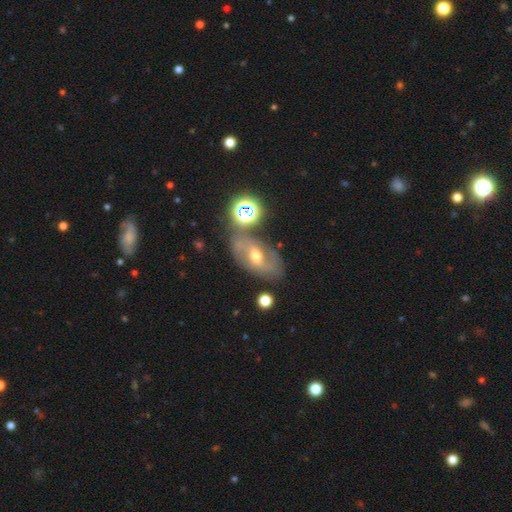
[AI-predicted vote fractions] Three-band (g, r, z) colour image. It shows a featured or disk galaxy (62%) with a weak bar (42%), spiral arms (70%) and a moderate central bulge (65%). Merging: none (62%).